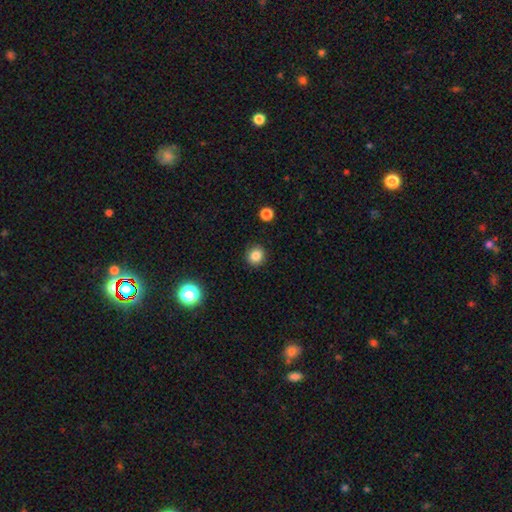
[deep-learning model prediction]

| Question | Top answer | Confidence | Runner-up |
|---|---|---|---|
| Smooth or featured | smooth | 84% | star or artifact (12%) |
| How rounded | round | 88% | in between (11%) |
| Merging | none | 91% | minor disturbance (6%) |